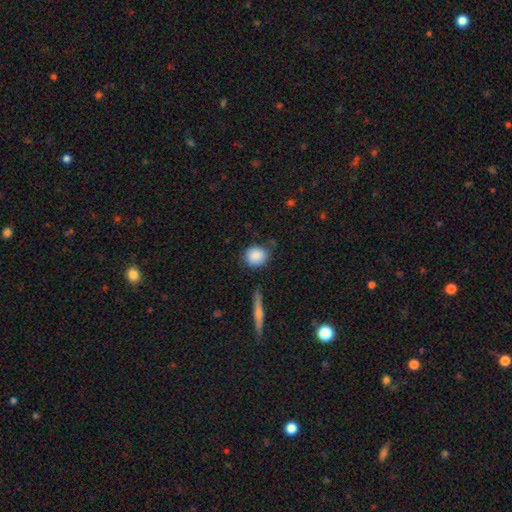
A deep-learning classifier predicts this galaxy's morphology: smooth 85%, featured or disk 8%, star or artifact 7%. Down the decision tree: how rounded — round (78%); merging — none (74%).